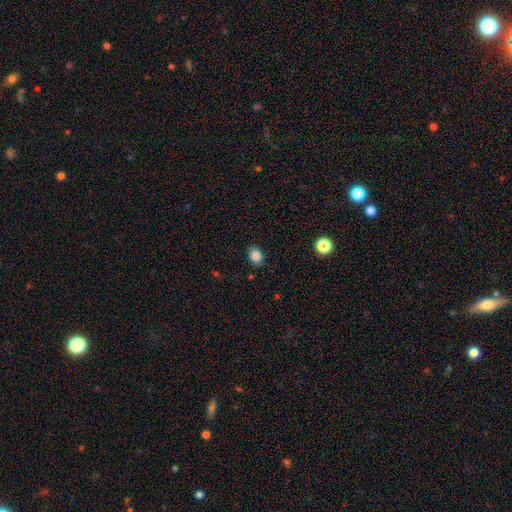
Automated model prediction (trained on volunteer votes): Overall: smooth (85%). How rounded: in between (66%; round 33%). Merging: none (87%).